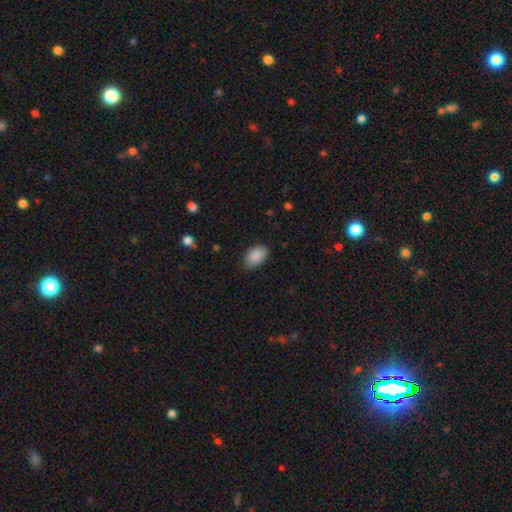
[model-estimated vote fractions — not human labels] smooth-or-featured: smooth: 90% | star or artifact: 7% | featured or disk: 3%
  how-rounded: in between: 94% | round: 5% | cigar-shaped: 1%
  merging: none: 83% | minor disturbance: 13% | major disturbance: 3% | merger: 1%